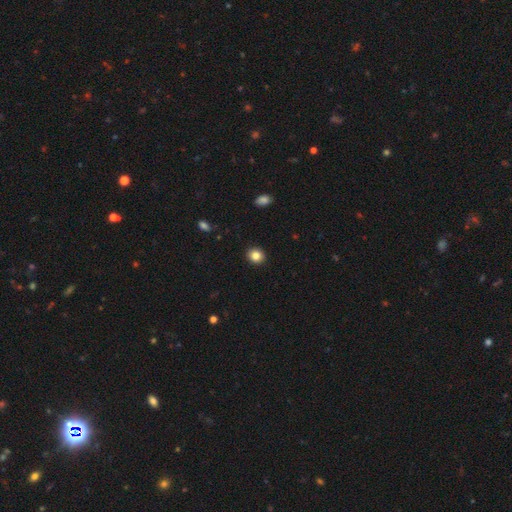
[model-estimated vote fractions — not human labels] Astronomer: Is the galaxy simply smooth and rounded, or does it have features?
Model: smooth — 84%.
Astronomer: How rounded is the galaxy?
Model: round — 80%.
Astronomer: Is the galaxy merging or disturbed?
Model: none — 92%.